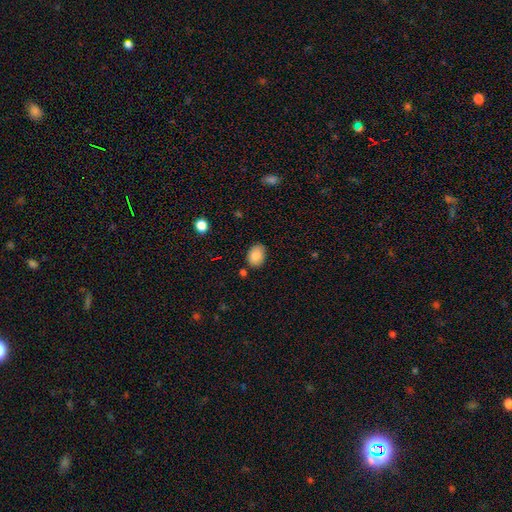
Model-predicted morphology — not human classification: smooth_or_featured: smooth (p=0.86) [alt: star or artifact p=0.08]
how_rounded: in between (p=0.74) [alt: round p=0.25]
merging: none (p=0.79) [alt: minor disturbance p=0.14]